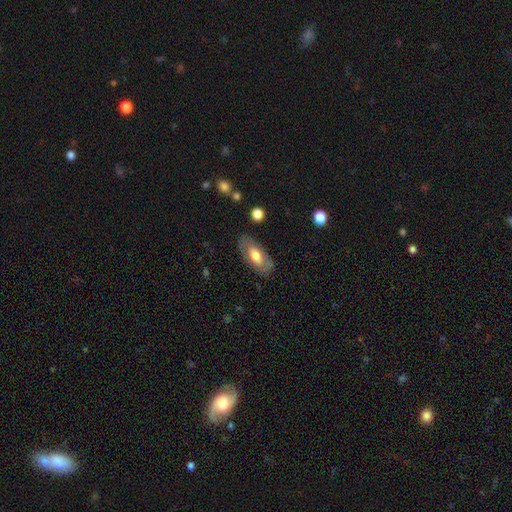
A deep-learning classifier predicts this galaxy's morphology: The model was most divided on "smooth or featured": smooth: 60%, featured or disk: 34%, star or artifact: 6%. More confident: how rounded — in between (86%); merging — none (81%).